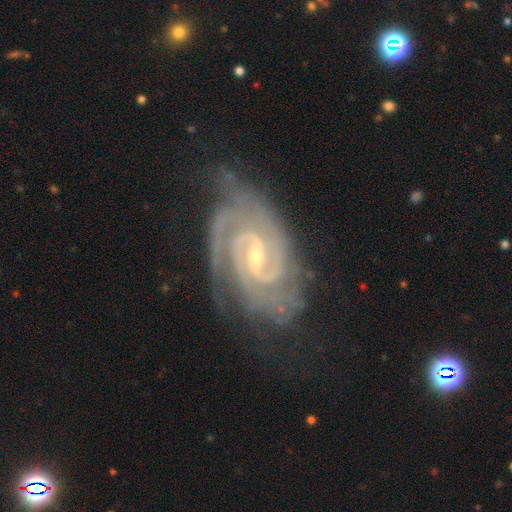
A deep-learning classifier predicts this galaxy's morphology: type=featured or disk (93%); edge-on=no (97%); bar=weak (51%); spiral arms=yes (99%); winding=tight (75%); arm count=2 (68%); bulge=small (67%); merging=none (71%).